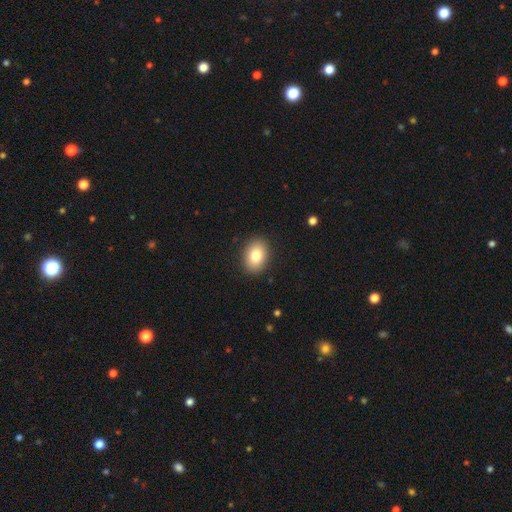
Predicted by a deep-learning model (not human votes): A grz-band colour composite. It shows a smooth galaxy with no disk features (83%) that is in between round and cigar-shaped (75%). Merging: none (89%).